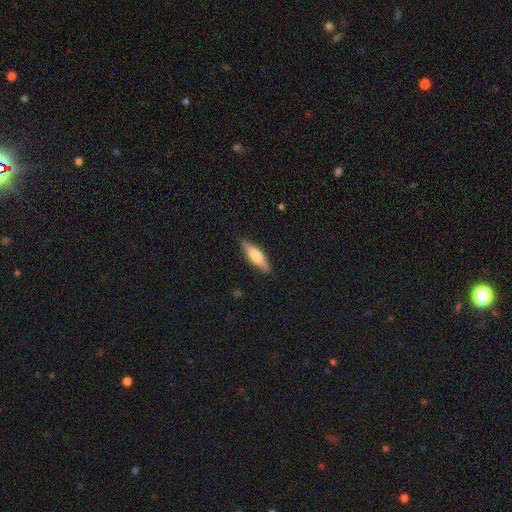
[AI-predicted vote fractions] Morphology: type=smooth (63%); roundness=cigar-shaped (62%); merging=none (87%).